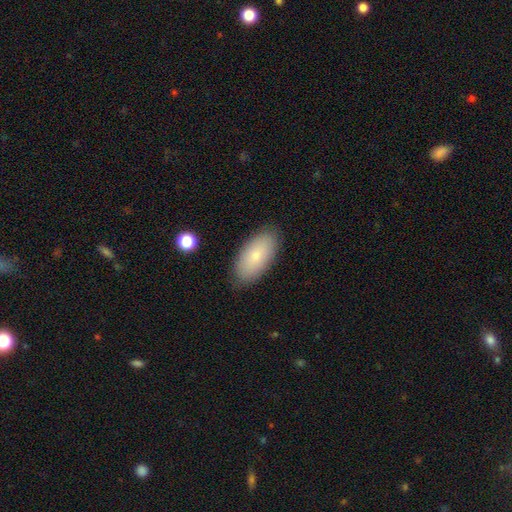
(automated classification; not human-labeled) Smooth or featured: smooth — 81% (featured or disk — 13%)
How rounded: in between — 93% (cigar-shaped — 5%)
Merging: none — 86% (minor disturbance — 11%)